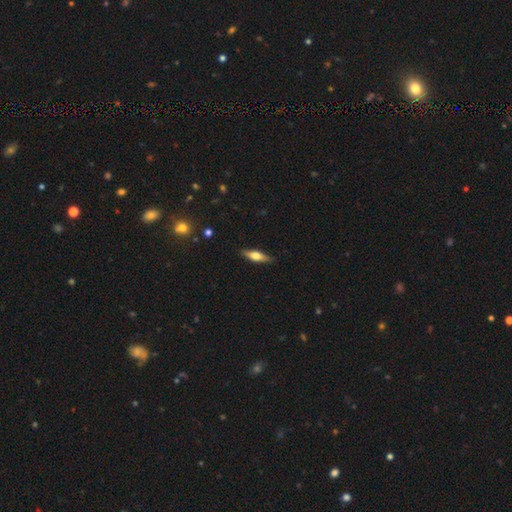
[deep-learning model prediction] Smooth or featured? featured or disk (49%)
Merging? none (87%)